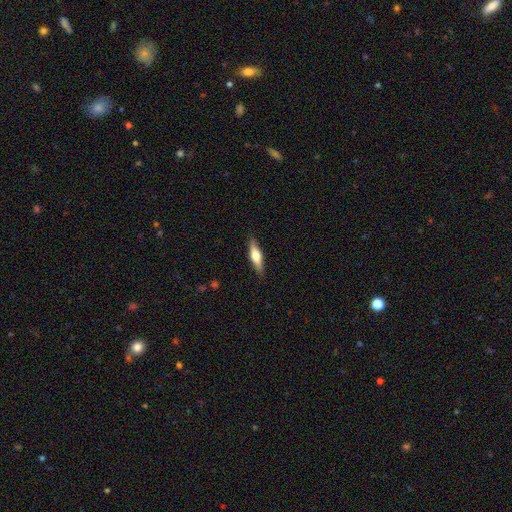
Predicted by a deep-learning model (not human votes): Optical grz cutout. It shows a smooth galaxy with no disk features (51%) that is cigar-shaped (68%). Merging: none (88%).